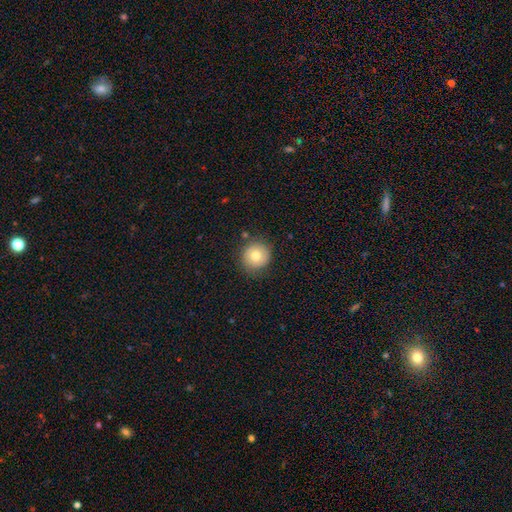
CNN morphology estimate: Overall: smooth (76%). How rounded: round (90%). Merging: none (83%).